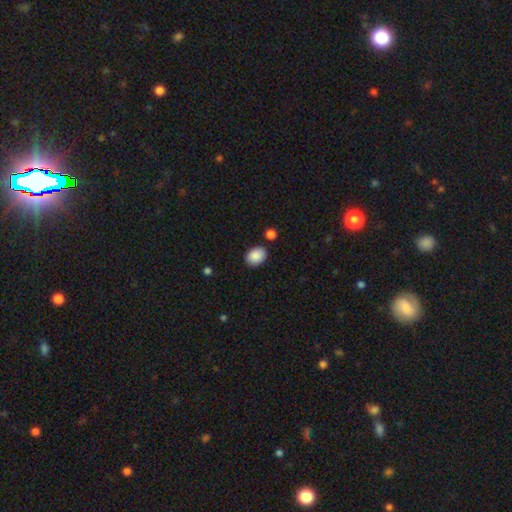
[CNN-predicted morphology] Smooth or featured? smooth (89%)
How rounded? in between (78%)
Merging? none (83%)